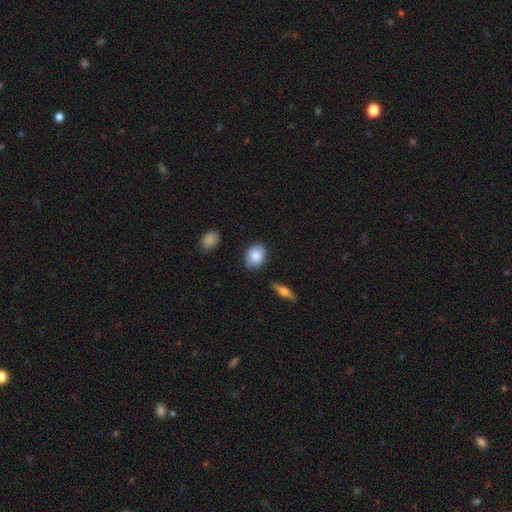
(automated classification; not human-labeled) smooth_or_featured: smooth (p=0.86) [alt: featured or disk p=0.08]
how_rounded: in between (p=0.61) [alt: round p=0.37]
merging: none (p=0.84) [alt: minor disturbance p=0.11]